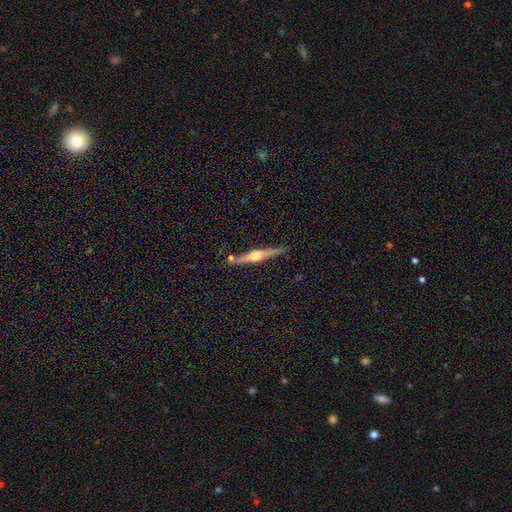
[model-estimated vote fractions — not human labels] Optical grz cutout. It shows a featured or disk galaxy (74%) viewed edge-on (97%) with a rounded central bulge (86%). Merging: none (80%).